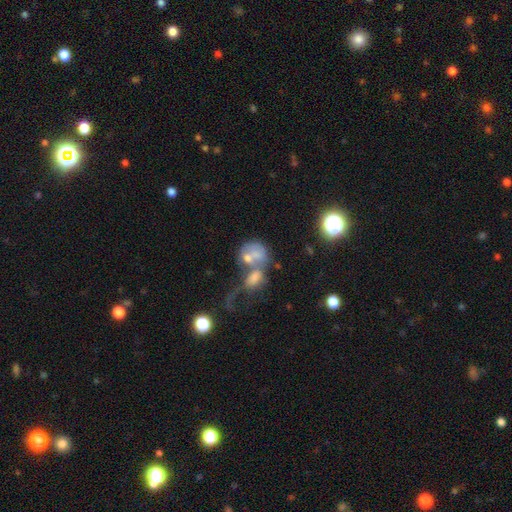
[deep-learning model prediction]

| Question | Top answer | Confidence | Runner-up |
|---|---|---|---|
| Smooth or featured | smooth | 38% | featured or disk (36%) |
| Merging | merger | 53% | none (26%) |